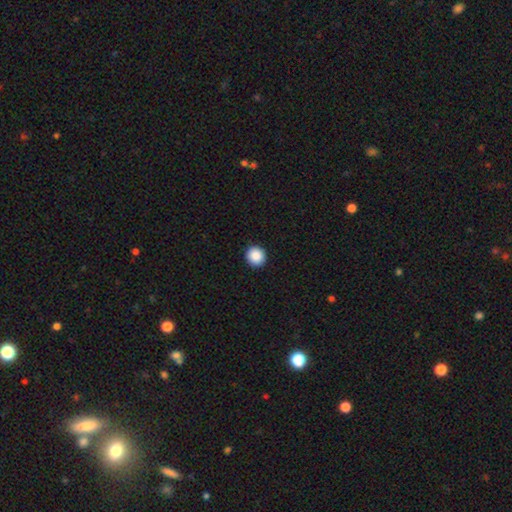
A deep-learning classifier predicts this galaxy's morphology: Smooth or featured? smooth (88%)
How rounded? round (92%)
Merging? none (93%)